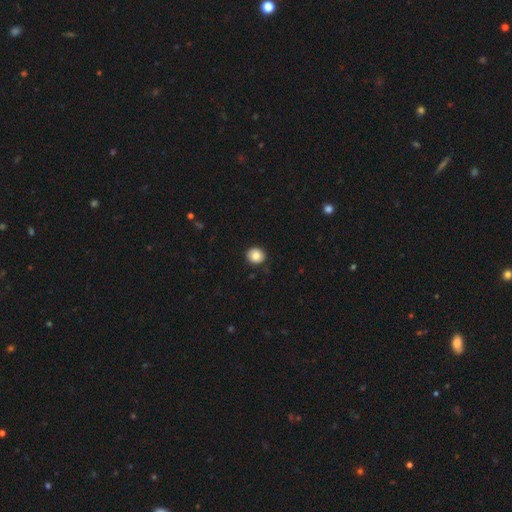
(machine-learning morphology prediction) Smooth or featured? Predicted: smooth (p=0.82). How rounded? Predicted: round (p=0.84). Merging? Predicted: none (p=0.87).